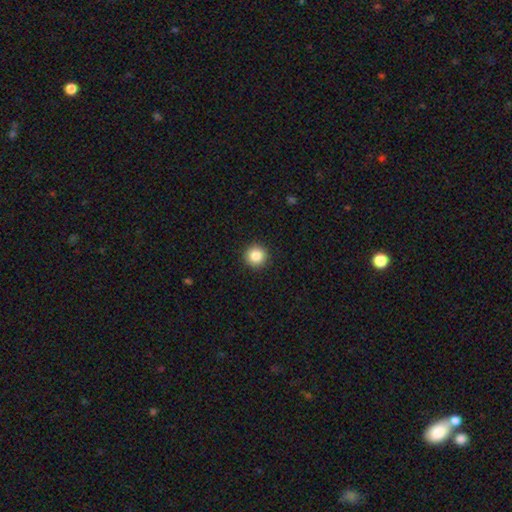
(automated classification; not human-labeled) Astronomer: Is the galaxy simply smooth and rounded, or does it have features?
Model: smooth — 86%.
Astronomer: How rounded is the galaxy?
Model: round — 96%.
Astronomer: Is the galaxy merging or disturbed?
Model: none — 93%.